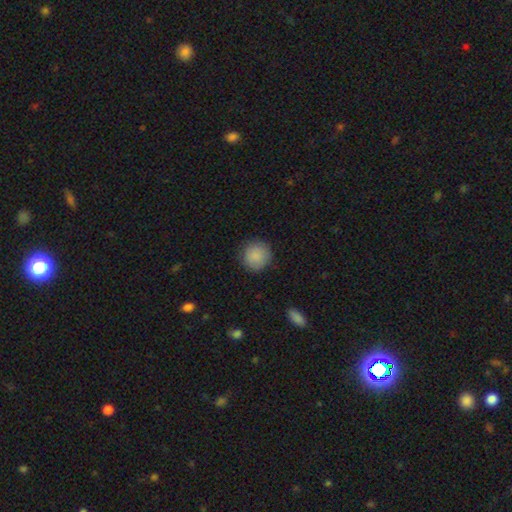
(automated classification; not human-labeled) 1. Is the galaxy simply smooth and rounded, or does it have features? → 88% smooth, 8% star or artifact, 4% featured or disk.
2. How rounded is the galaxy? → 92% round, 7% in between, 1% cigar-shaped.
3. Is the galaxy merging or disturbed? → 87% none, 10% minor disturbance, 3% major disturbance, 1% merger.